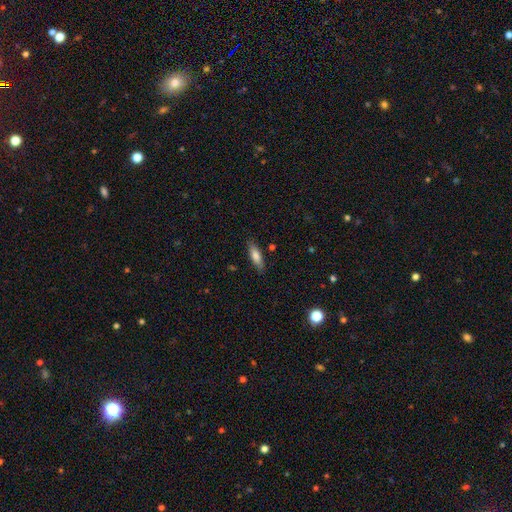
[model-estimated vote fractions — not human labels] Smooth or featured?
  - smooth: 77% *
  - featured or disk: 17%
  - star or artifact: 7%
How rounded?
  - cigar-shaped: 50% *
  - in between: 48%
  - round: 2%
Merging?
  - none: 84% *
  - minor disturbance: 12%
  - major disturbance: 3%
  - merger: 2%